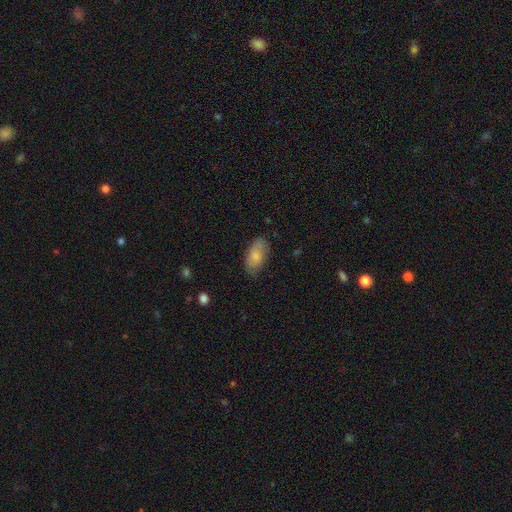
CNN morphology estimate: This appears to be a smooth galaxy with no disk features (80%) that is in between round and cigar-shaped (93%). Merging: none (74%).